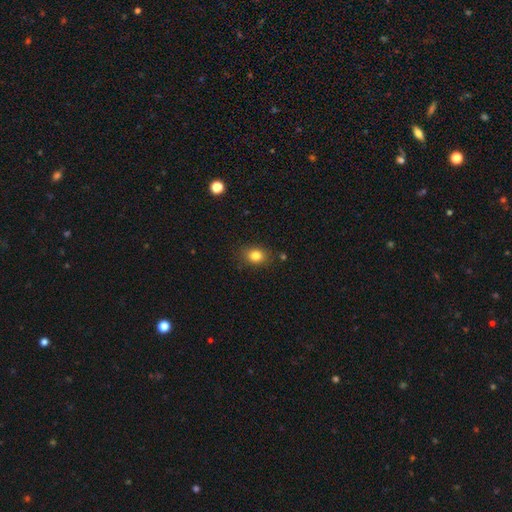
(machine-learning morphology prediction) type=smooth (83%); roundness=in between (54%); merging=none (84%).